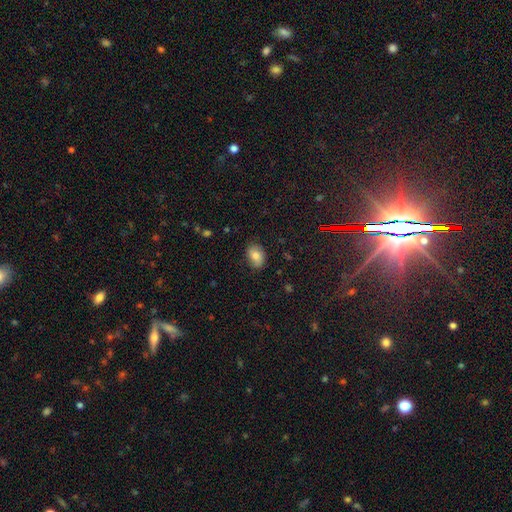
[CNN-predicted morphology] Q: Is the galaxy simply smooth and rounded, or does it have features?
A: smooth — 72%.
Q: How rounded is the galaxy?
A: in between — 80%.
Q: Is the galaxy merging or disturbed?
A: none — 78%.